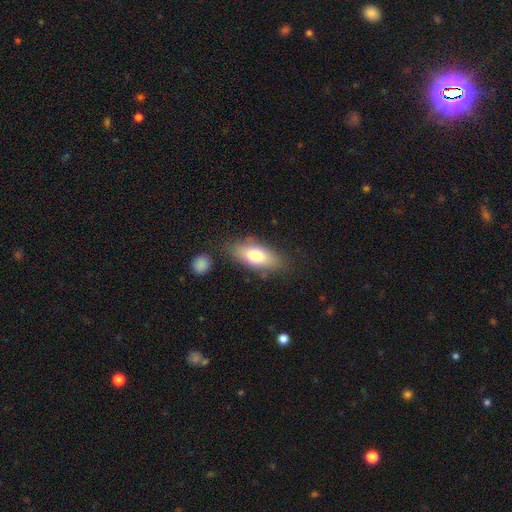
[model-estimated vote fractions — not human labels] smooth 76%, featured or disk 17%, star or artifact 7%. Down the decision tree: how rounded — in between (83%); merging — none (76%).